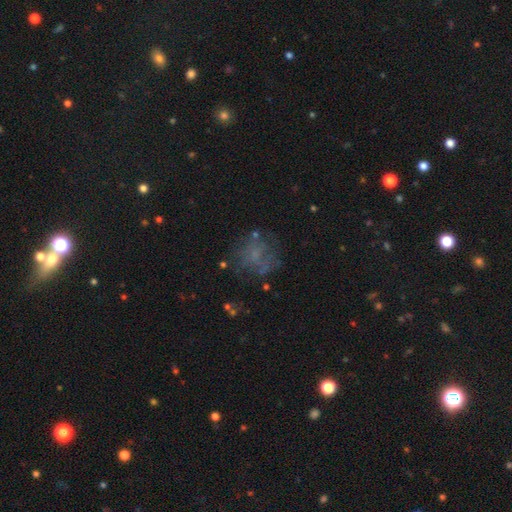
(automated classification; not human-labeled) Smooth or featured? smooth (41%)
Merging? none (60%)